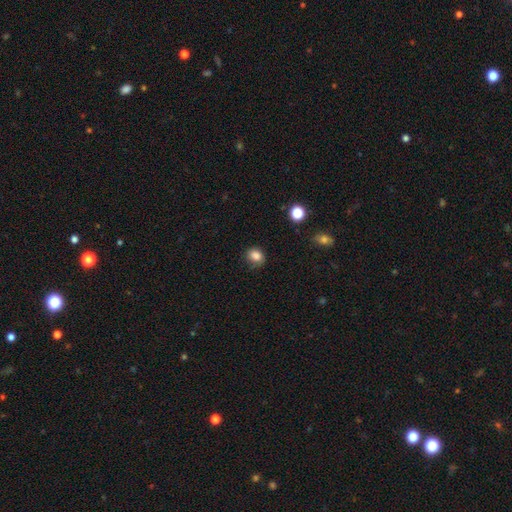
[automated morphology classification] smooth 85%, star or artifact 11%, featured or disk 5%. Down the decision tree: how rounded — round (57%); merging — none (74%).